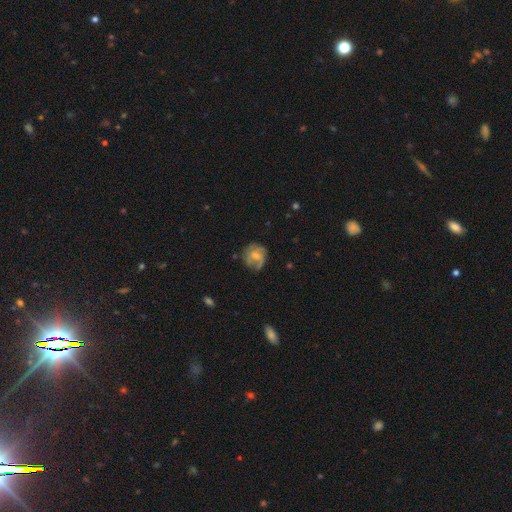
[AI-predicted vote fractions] smooth_or_featured: smooth (p=0.46) [alt: featured or disk p=0.45]
merging: none (p=0.55) [alt: minor disturbance p=0.26]